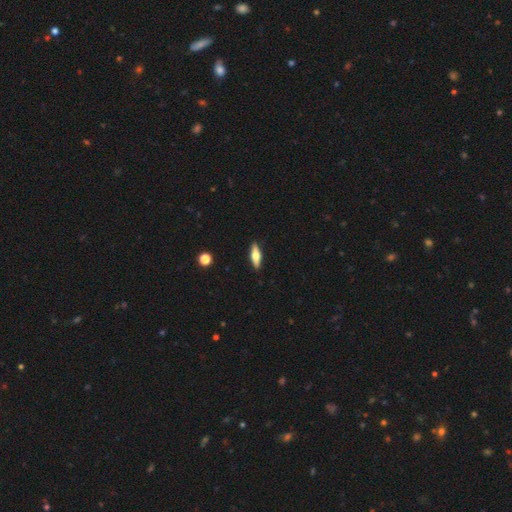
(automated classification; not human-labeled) This is possibly a smooth galaxy (49%). Merging: clearly none (90%).